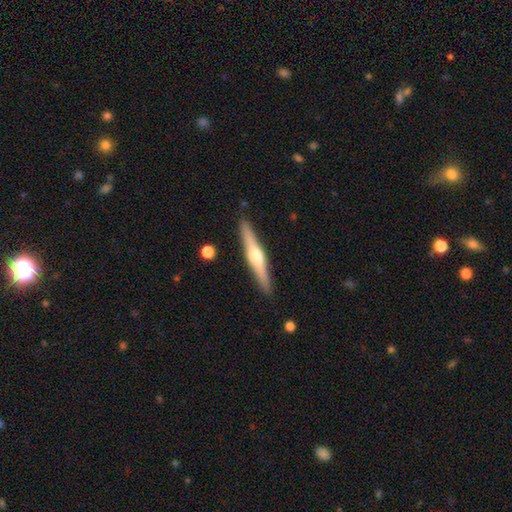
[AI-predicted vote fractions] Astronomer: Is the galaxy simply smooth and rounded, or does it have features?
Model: featured or disk — 65%.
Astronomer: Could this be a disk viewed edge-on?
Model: yes — 97%.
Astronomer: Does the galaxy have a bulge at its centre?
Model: rounded — 88%.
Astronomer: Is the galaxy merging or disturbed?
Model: none — 90%.